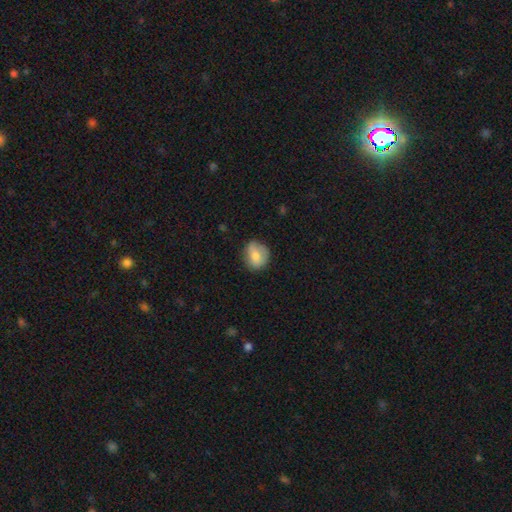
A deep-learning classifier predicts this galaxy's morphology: smooth-or-featured: smooth: 71% | featured or disk: 21% | star or artifact: 8%
  how-rounded: round: 71% | in between: 28% | cigar-shaped: 1%
  merging: none: 64% | minor disturbance: 26% | major disturbance: 8% | merger: 2%